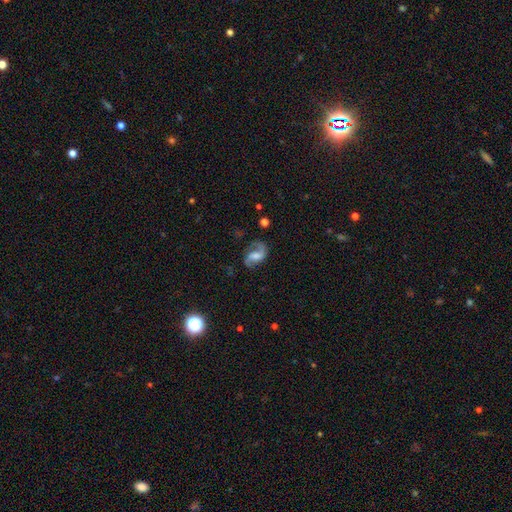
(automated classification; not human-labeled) Smooth or featured? featured or disk (78%)
Edge-on disk? no (97%)
Bar? weak (46%)
Spiral arms? yes (94%)
Spiral winding? loose (47%)
Spiral arm count? 2 (80%)
Bulge size? moderate (40%)
Merging? none (63%)